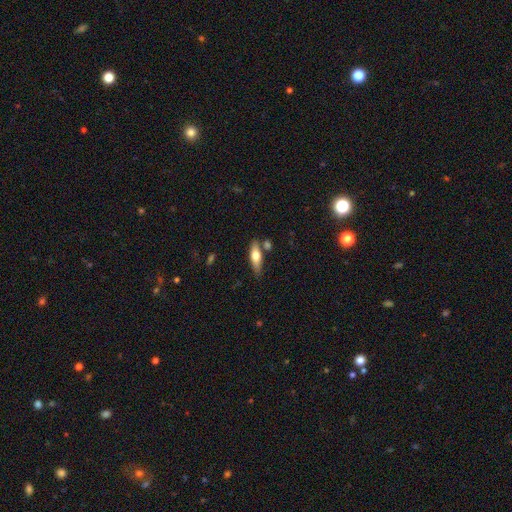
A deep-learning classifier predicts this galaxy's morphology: The model was most divided on "how rounded": cigar-shaped: 52%, in between: 45%, round: 3%. More confident: merging — none (73%); smooth or featured — smooth (58%).